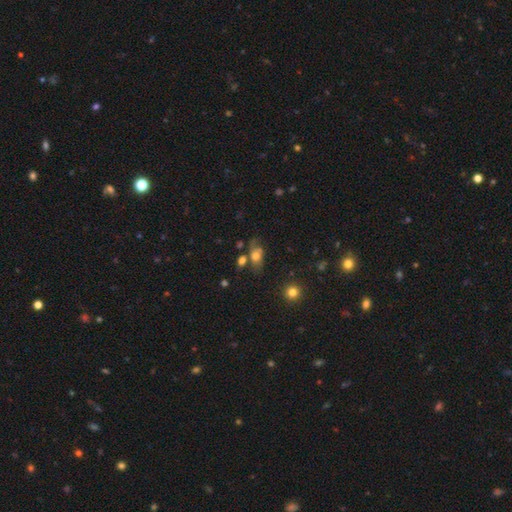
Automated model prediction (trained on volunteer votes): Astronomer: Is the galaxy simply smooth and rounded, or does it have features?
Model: smooth — 63%.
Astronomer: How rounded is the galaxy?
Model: in between — 78%.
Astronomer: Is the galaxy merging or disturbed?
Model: none — 45% (runner-up: minor disturbance, 22%).